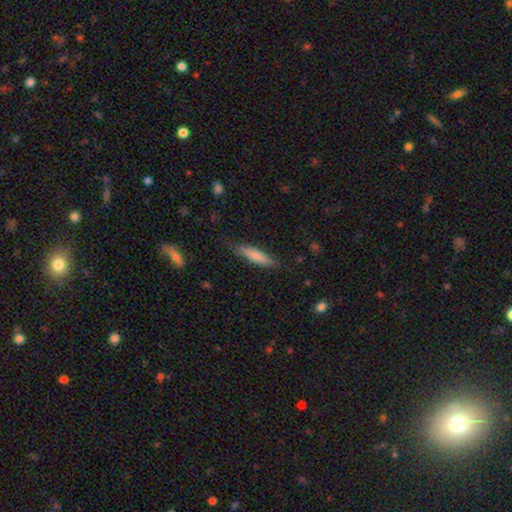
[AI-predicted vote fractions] Overall: smooth (79%). How rounded: cigar-shaped (77%). Merging: none (80%).